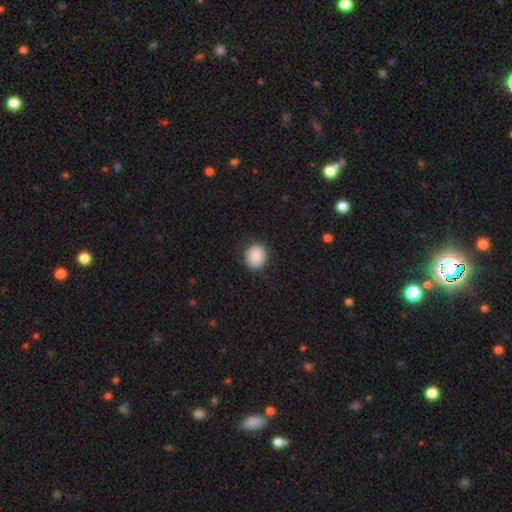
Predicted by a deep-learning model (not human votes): Morphology: type=smooth (84%); roundness=round (74%); merging=none (85%).